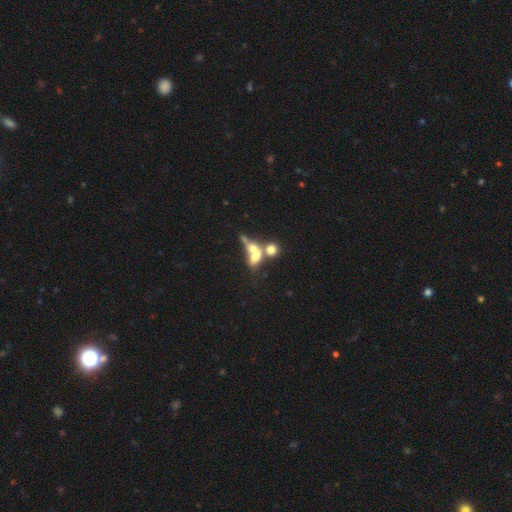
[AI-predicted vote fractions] Q: Smooth or featured?
A: smooth (55%); runner-up: featured or disk (32%)
Q: How rounded?
A: in between (57%); runner-up: round (33%)
Q: Merging?
A: merger (65%); runner-up: none (18%)